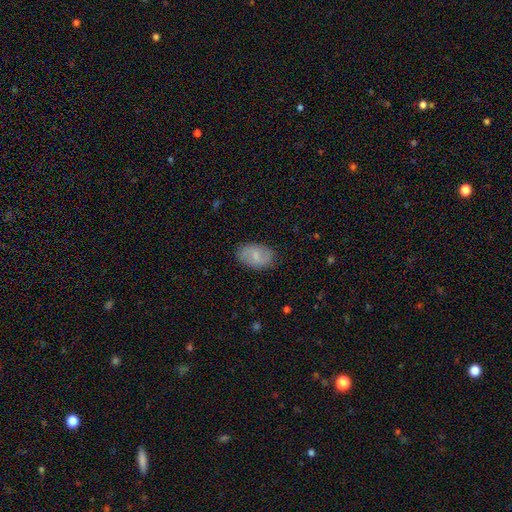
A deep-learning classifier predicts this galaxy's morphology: This is likely a smooth galaxy (63%). How rounded: clearly in between (90%). Merging: clearly none (84%).